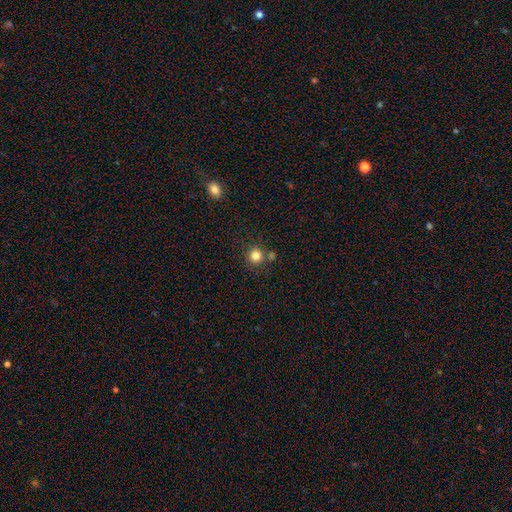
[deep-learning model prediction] smooth 81%, star or artifact 12%, featured or disk 6%. Down the decision tree: how rounded — round (92%); merging — none (75%).